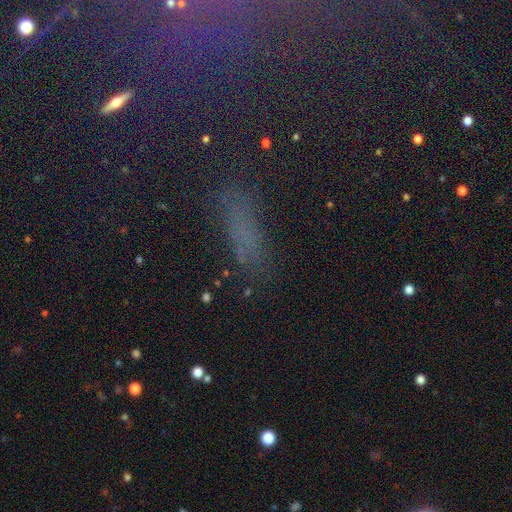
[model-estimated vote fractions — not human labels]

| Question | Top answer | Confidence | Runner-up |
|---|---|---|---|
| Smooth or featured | smooth | 55% | star or artifact (31%) |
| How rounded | in between | 50% | cigar-shaped (44%) |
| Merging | none | 66% | minor disturbance (20%) |